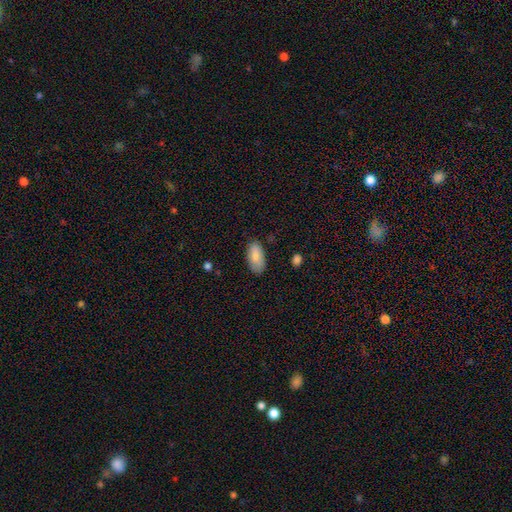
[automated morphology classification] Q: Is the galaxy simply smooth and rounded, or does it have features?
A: smooth — 85%.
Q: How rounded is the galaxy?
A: in between — 92%.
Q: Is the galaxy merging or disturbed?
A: none — 80%.